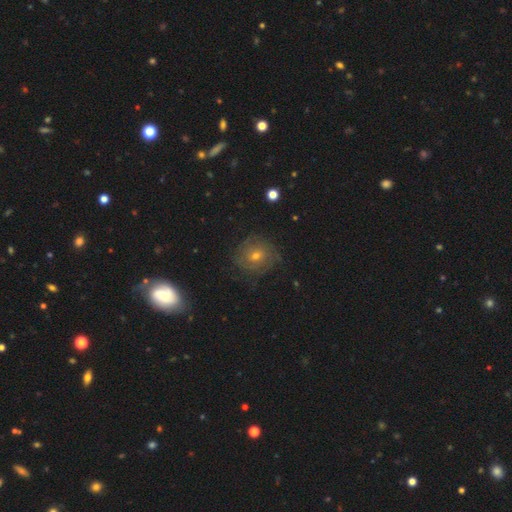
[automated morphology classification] This appears to be a featured or disk galaxy (55%) with no bar (66%), spiral arms (78%) and a moderate central bulge (49%). Merging: none (76%).